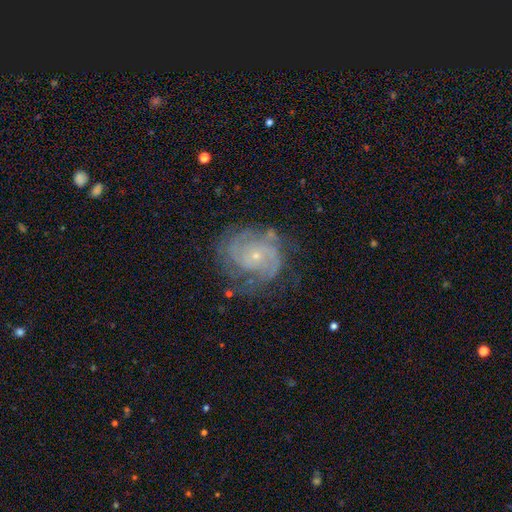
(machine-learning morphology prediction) Smooth or featured: featured or disk — 83% (smooth — 10%)
Edge-on disk: no — 98% (yes — 2%)
Bar: no — 75% (weak — 20%)
Spiral arms: yes — 94% (no — 6%)
Spiral winding: tight — 60% (medium — 32%)
Spiral arm count: 2 — 36% (can't tell — 26%)
Bulge size: small — 81% (moderate — 15%)
Merging: none — 68% (minor disturbance — 19%)